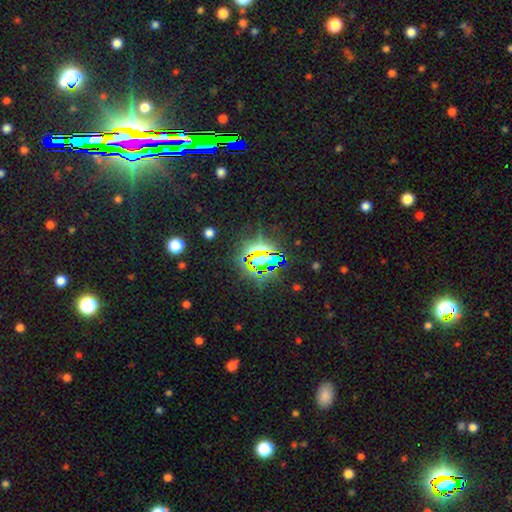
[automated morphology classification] Smooth or featured: star or artifact — 76% (smooth — 13%)